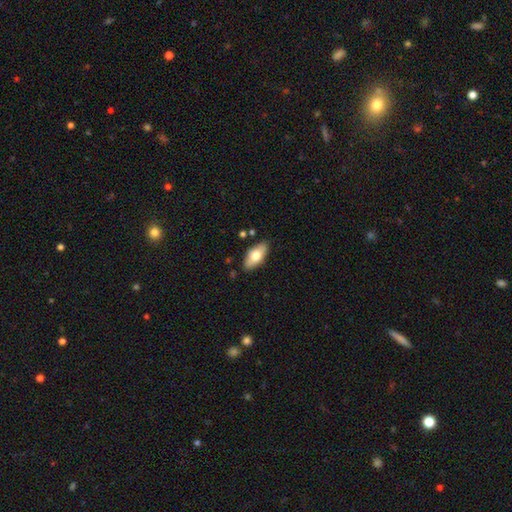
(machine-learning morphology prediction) Q: Smooth or featured?
A: smooth (70%); runner-up: featured or disk (23%)
Q: How rounded?
A: in between (88%); runner-up: cigar-shaped (10%)
Q: Merging?
A: none (85%); runner-up: minor disturbance (11%)